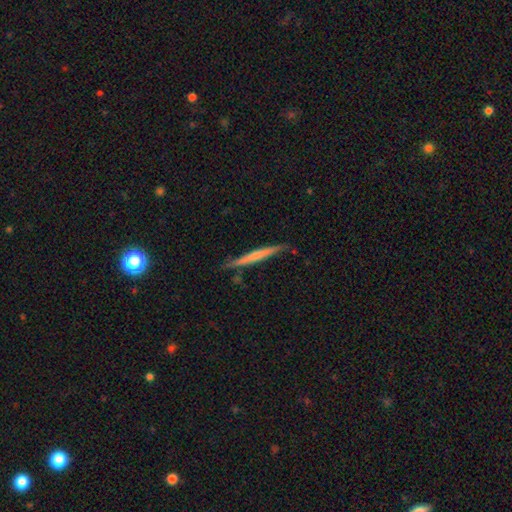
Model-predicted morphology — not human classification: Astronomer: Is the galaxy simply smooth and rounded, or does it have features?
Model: featured or disk — 48% (runner-up: smooth, 46%).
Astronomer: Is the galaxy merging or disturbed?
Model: none — 82%.